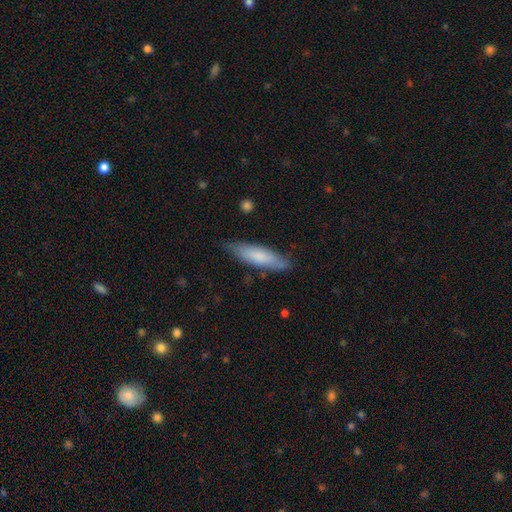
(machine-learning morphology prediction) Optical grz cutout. It shows a smooth galaxy with no disk features (68%) that is cigar-shaped (68%). Merging: none (79%).